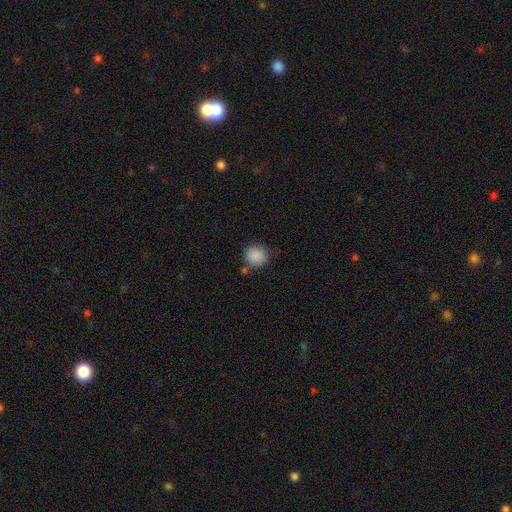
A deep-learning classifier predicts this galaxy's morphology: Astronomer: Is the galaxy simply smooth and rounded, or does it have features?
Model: smooth — 88%.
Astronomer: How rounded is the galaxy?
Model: round — 90%.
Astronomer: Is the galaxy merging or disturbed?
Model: none — 75%.